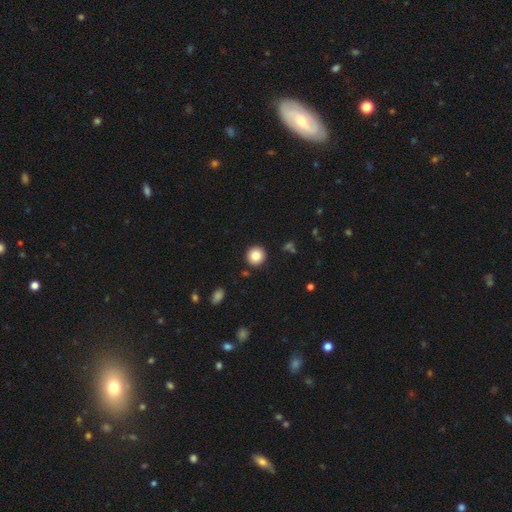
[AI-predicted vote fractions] smooth-or-featured: smooth: 83% | star or artifact: 9% | featured or disk: 7%
  how-rounded: round: 94% | in between: 5% | cigar-shaped: 1%
  merging: none: 91% | minor disturbance: 6% | merger: 2% | major disturbance: 2%